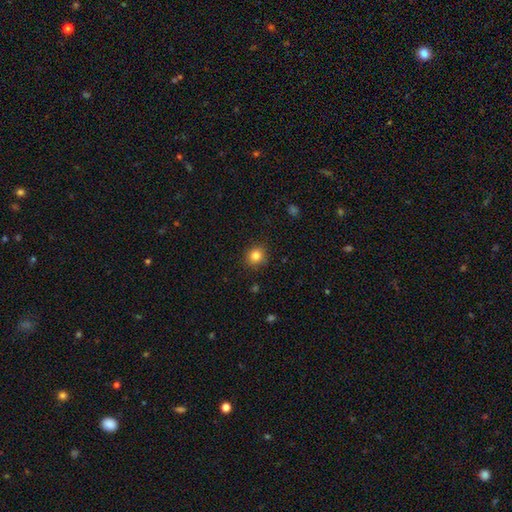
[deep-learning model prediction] A smooth galaxy with no disk features (83%) that is round (84%).

Vote fractions:
- Smooth or featured? smooth: 83% / star or artifact: 11% / featured or disk: 6%
- How rounded? round: 84% / in between: 15% / cigar-shaped: 1%
- Merging? none: 89% / minor disturbance: 8% / major disturbance: 2% / merger: 1%